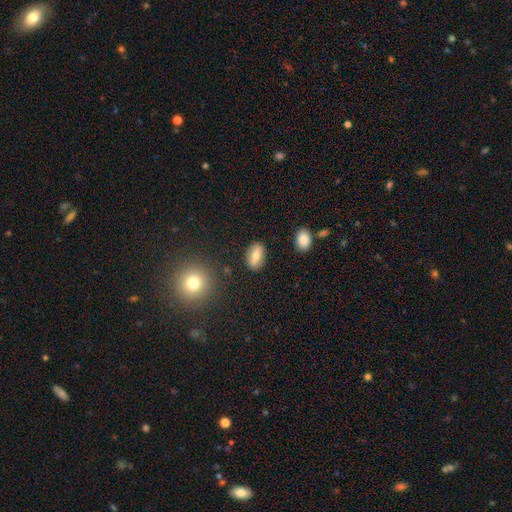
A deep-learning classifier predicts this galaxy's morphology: A smooth galaxy with no disk features (71%) that is in between round and cigar-shaped (86%). Merging: none (85%).